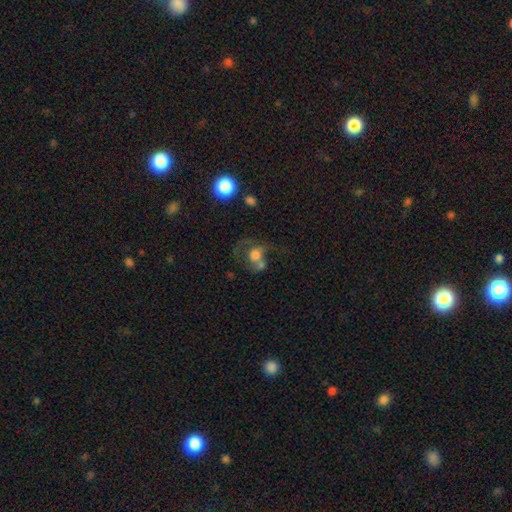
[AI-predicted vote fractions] smooth_or_featured: smooth (p=0.56) [alt: featured or disk p=0.32]
how_rounded: round (p=0.70) [alt: in between p=0.29]
merging: merger (p=0.44) [alt: none p=0.23]